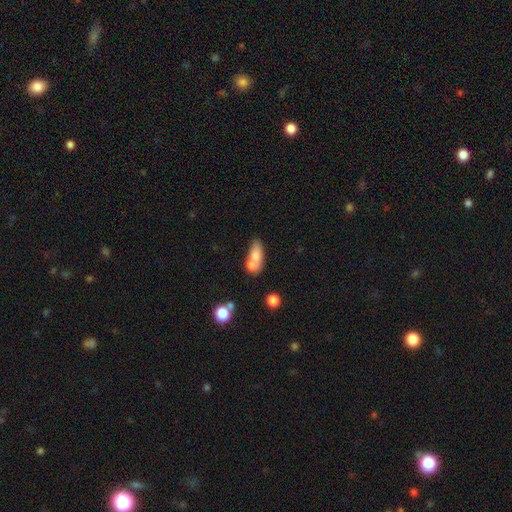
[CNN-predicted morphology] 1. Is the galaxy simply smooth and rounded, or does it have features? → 72% smooth, 19% featured or disk, 9% star or artifact.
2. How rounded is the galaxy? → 73% in between, 16% cigar-shaped, 10% round.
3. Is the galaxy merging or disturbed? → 48% merger, 33% none, 13% minor disturbance, 6% major disturbance.